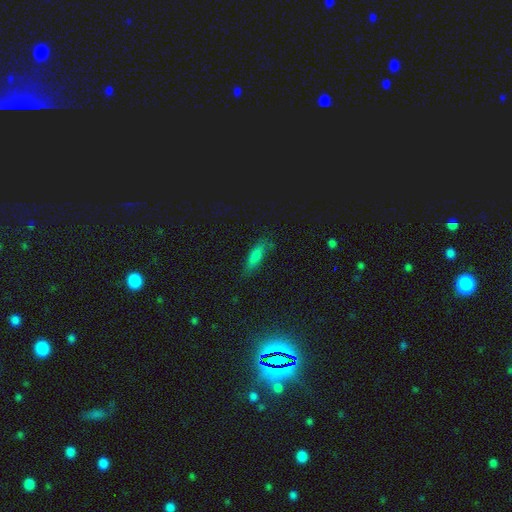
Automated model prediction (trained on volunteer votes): Smooth or featured? Predicted: smooth (p=0.69). How rounded? Predicted: cigar-shaped (p=0.54). Merging? Predicted: none (p=0.75).